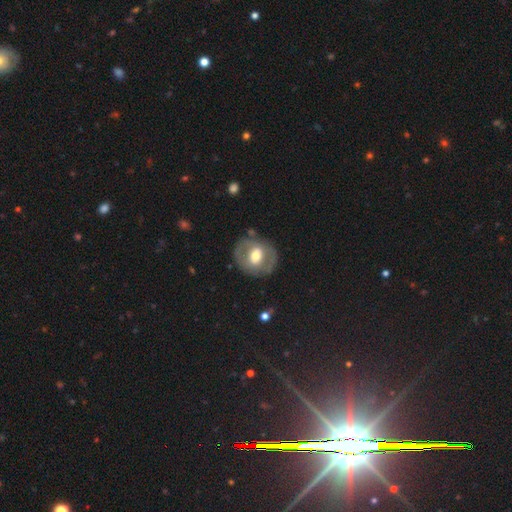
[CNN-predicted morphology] Smooth or featured? Predicted: featured or disk (p=0.52). Edge-on disk? Predicted: no (p=0.95). Merging? Predicted: none (p=0.77).